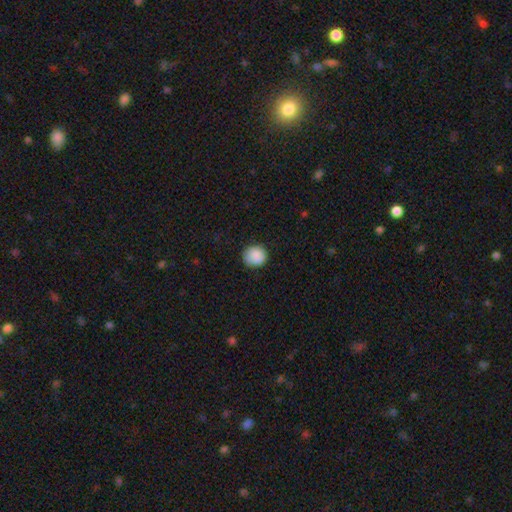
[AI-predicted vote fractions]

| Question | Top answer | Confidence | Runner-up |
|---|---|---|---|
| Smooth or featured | smooth | 88% | star or artifact (8%) |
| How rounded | round | 91% | in between (9%) |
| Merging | none | 84% | minor disturbance (12%) |